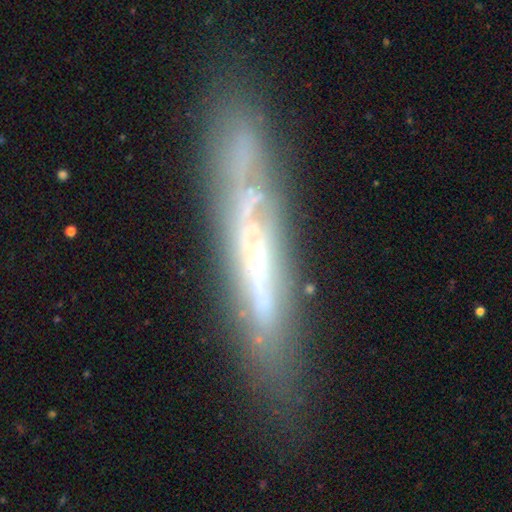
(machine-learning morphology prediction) featured or disk 68%, smooth 23%, star or artifact 9%. Down the decision tree: edge-on disk — yes (75%); edge-on bulge — none (74%); merging — none (75%).